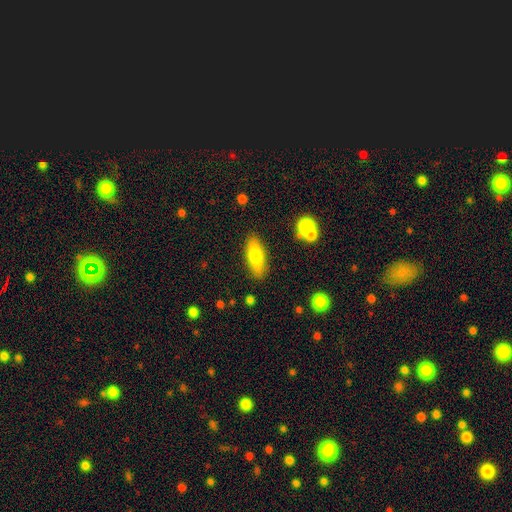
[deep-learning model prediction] Morphology: type=smooth (71%); roundness=in between (68%); merging=none (85%).